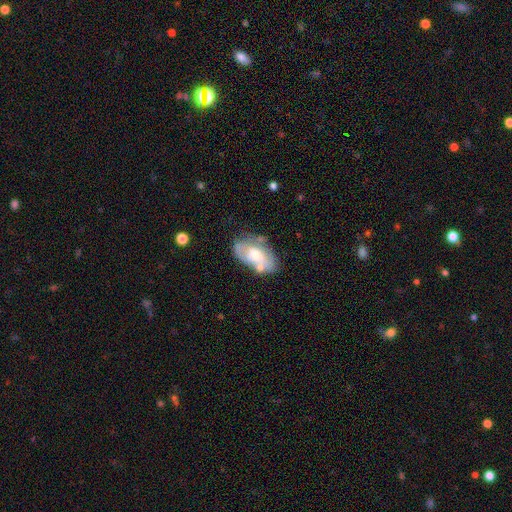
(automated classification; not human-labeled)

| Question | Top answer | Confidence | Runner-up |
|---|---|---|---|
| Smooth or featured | featured or disk | 47% | smooth (46%) |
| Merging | none | 46% | minor disturbance (26%) |